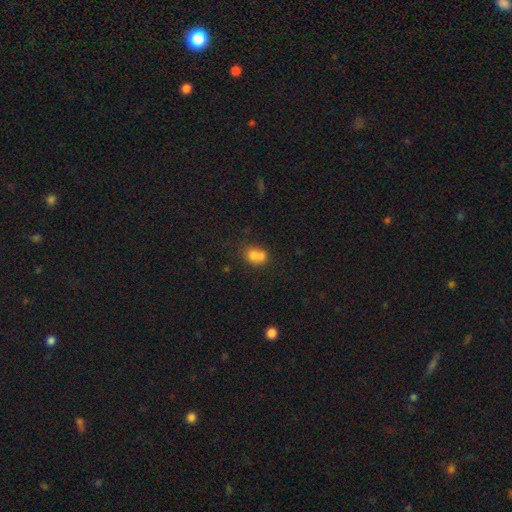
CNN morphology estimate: smooth_or_featured: smooth (p=0.72) [alt: featured or disk p=0.17]
how_rounded: round (p=0.55) [alt: in between p=0.44]
merging: merger (p=0.56) [alt: none p=0.30]